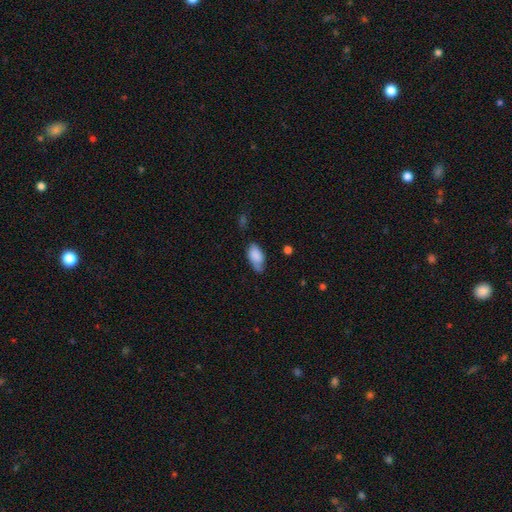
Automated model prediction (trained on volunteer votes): Smooth or featured: smooth — 82% (featured or disk — 11%)
How rounded: in between — 92% (cigar-shaped — 5%)
Merging: none — 59% (minor disturbance — 31%)